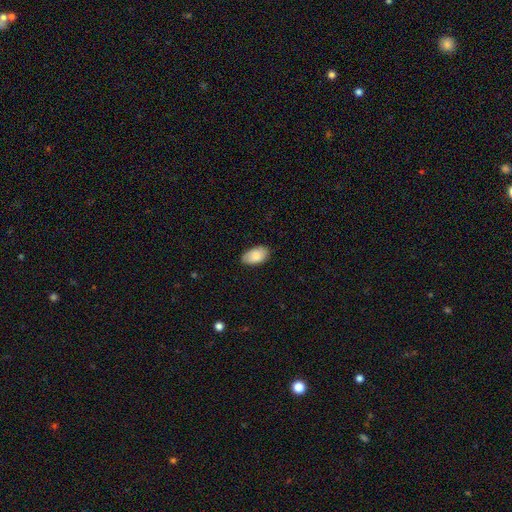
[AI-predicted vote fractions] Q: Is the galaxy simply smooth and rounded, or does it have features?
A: smooth — 85%.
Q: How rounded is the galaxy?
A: in between — 95%.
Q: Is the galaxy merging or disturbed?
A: none — 81%.